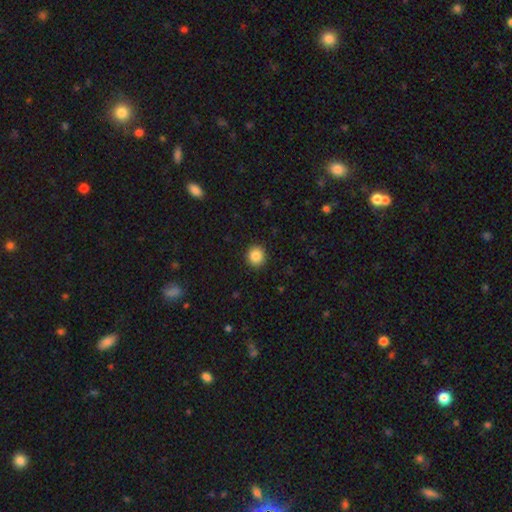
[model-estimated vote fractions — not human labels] Smooth or featured: smooth — 86% (star or artifact — 10%)
How rounded: round — 89% (in between — 10%)
Merging: none — 92% (minor disturbance — 5%)